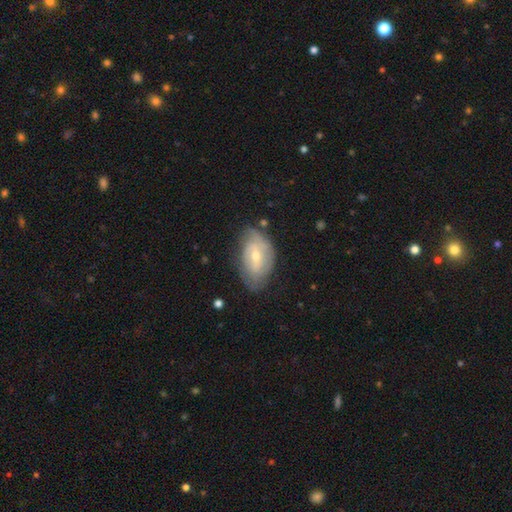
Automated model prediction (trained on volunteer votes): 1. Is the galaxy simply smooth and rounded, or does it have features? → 60% featured or disk, 32% smooth, 8% star or artifact.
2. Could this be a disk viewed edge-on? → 92% no, 8% yes.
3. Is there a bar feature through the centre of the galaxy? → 48% no, 42% weak, 10% strong.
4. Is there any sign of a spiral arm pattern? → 70% yes, 30% no.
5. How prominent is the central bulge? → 50% small, 47% moderate, 2% large, 1% none, 1% dominant.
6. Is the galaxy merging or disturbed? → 64% none, 27% minor disturbance, 7% major disturbance, 2% merger.